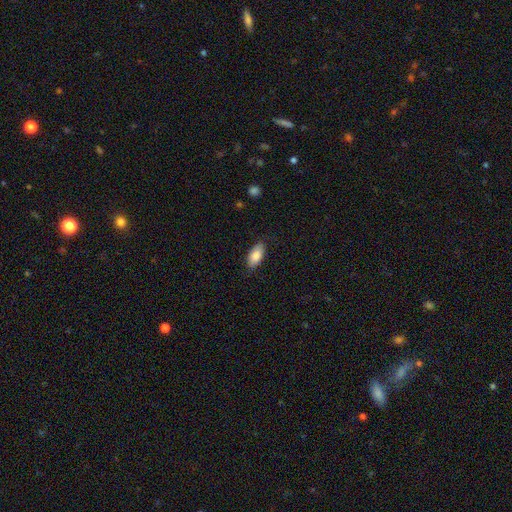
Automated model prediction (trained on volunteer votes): A smooth galaxy with no disk features (86%) that is in between round and cigar-shaped (92%).

Vote fractions:
- Smooth or featured? smooth: 86% / featured or disk: 7% / star or artifact: 6%
- How rounded? in between: 92% / cigar-shaped: 6% / round: 2%
- Merging? none: 83% / minor disturbance: 13% / major disturbance: 3% / merger: 1%